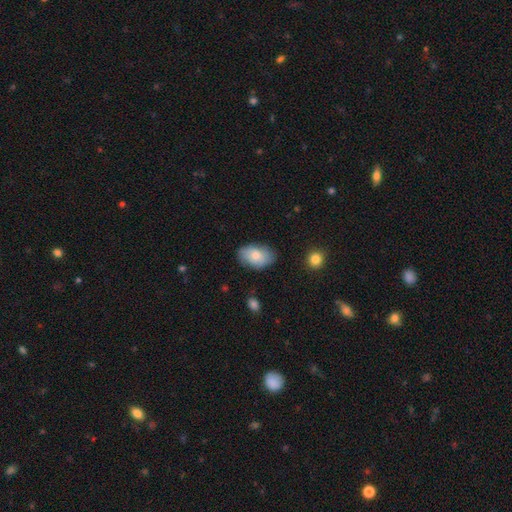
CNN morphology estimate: Overall: smooth (77%). How rounded: in between (91%). Merging: none (75%).